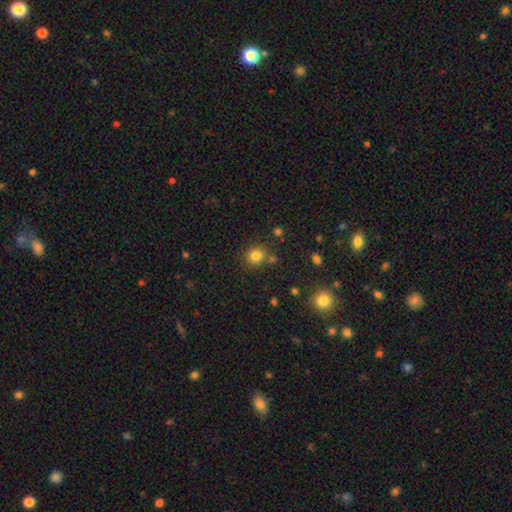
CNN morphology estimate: A smooth galaxy with no disk features (81%) that is round (81%). Merging: none (77%).